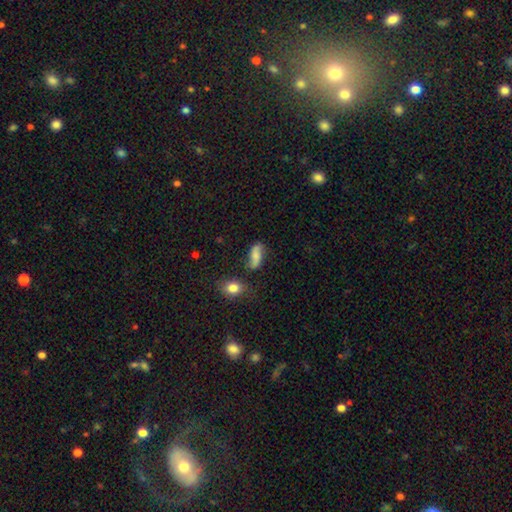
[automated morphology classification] A smooth galaxy with no disk features (60%) that is in between round and cigar-shaped (76%). Merging: none (67%).